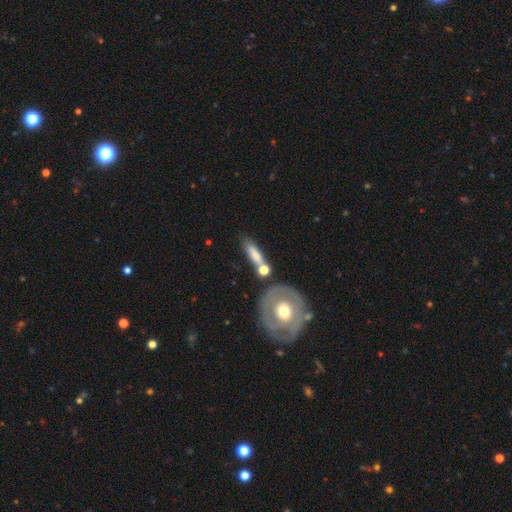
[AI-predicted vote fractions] smooth_or_featured: smooth (p=0.66) [alt: featured or disk p=0.27]
how_rounded: cigar-shaped (p=0.53) [alt: in between p=0.37]
merging: none (p=0.57) [alt: merger p=0.21]